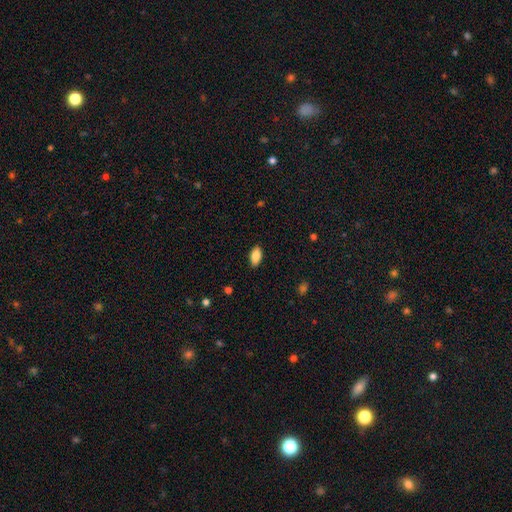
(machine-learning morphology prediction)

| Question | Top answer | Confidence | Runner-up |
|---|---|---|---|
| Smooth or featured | smooth | 83% | featured or disk (10%) |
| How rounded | in between | 92% | cigar-shaped (5%) |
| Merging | none | 88% | minor disturbance (9%) |